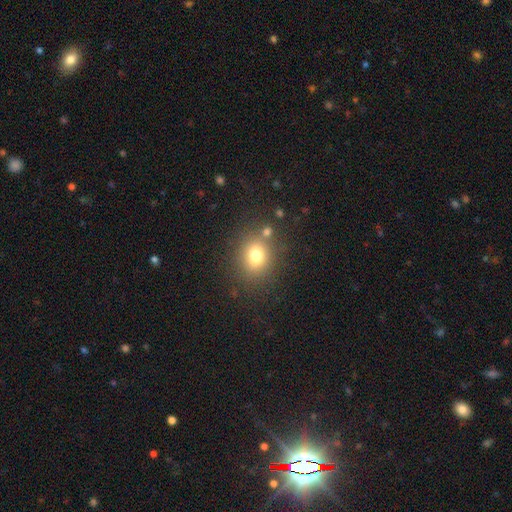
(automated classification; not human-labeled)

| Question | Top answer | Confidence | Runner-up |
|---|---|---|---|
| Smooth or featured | smooth | 75% | star or artifact (14%) |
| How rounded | round | 66% | in between (33%) |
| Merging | none | 75% | minor disturbance (11%) |